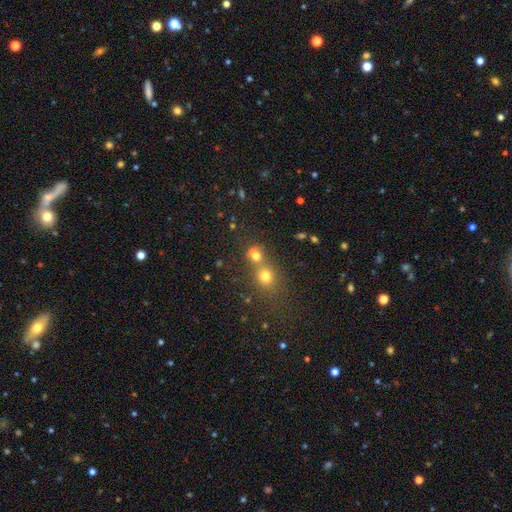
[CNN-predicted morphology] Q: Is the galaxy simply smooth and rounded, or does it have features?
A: smooth — 73%.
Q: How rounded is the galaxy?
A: round — 76%.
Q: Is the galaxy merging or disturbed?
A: merger — 48%.